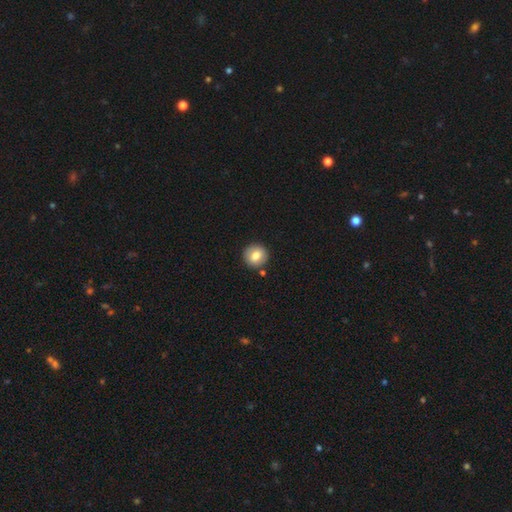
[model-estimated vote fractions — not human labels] This is likely a smooth galaxy (76%). How rounded: clearly round (86%). Merging: clearly none (86%).